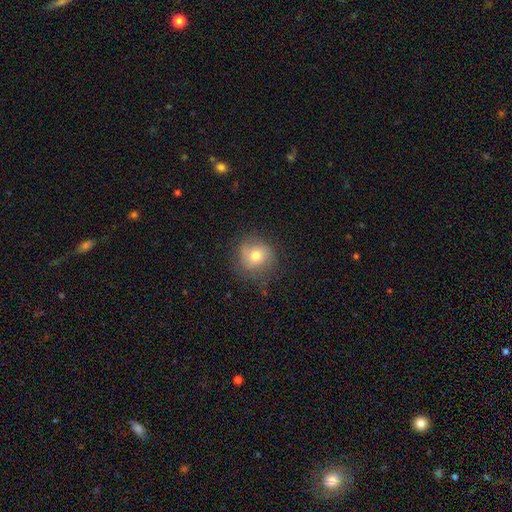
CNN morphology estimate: type=smooth (66%); roundness=round (87%); merging=none (69%).